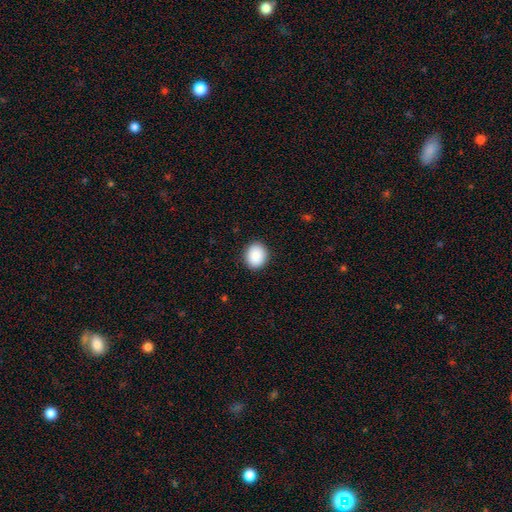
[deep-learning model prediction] A smooth galaxy with no disk features (89%) that is round (67%). Merging: none (90%).